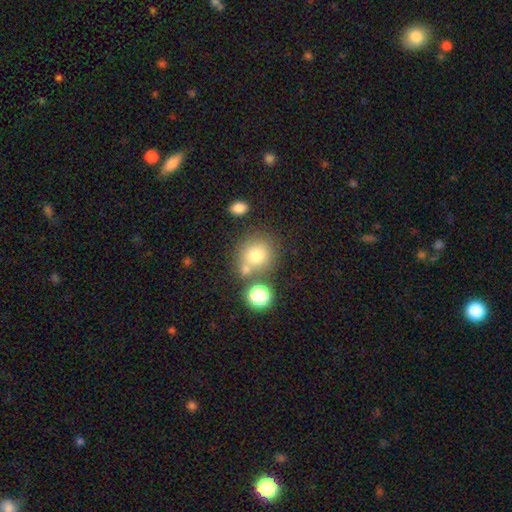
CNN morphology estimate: A smooth galaxy with no disk features (74%) that is round (87%).

Vote fractions:
- Smooth or featured? smooth: 74% / star or artifact: 14% / featured or disk: 12%
- How rounded? round: 87% / in between: 12% / cigar-shaped: 1%
- Merging? none: 60% / merger: 24% / minor disturbance: 11% / major disturbance: 5%